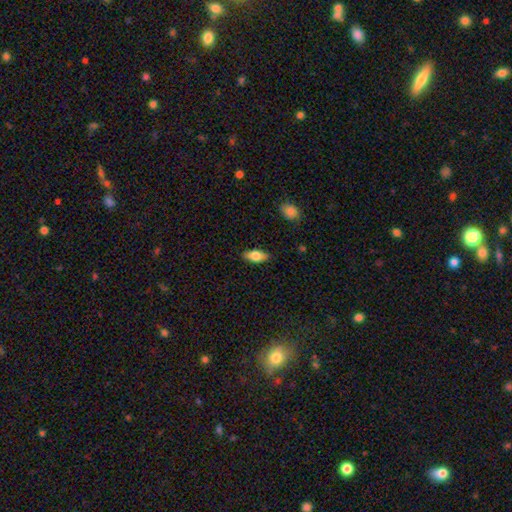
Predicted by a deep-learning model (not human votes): The model was most divided on "smooth or featured": smooth: 72%, featured or disk: 21%, star or artifact: 7%. More confident: merging — none (86%); how rounded — in between (84%).